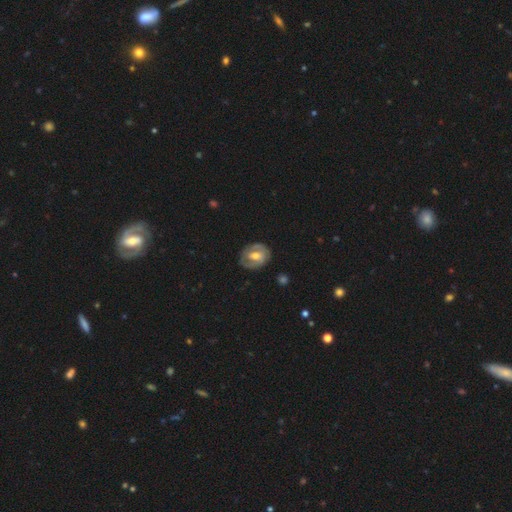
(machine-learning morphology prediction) smooth-or-featured: featured or disk: 60% | smooth: 34% | star or artifact: 6%
  disk-edge-on: no: 96% | yes: 4%
    bar: weak: 44% | no: 37% | strong: 19%
    has-spiral-arms: yes: 58% | no: 42%
    bulge-size: moderate: 71% | small: 19% | large: 8% | none: 1% | dominant: 1%
  merging: none: 75% | minor disturbance: 18% | major disturbance: 5% | merger: 1%